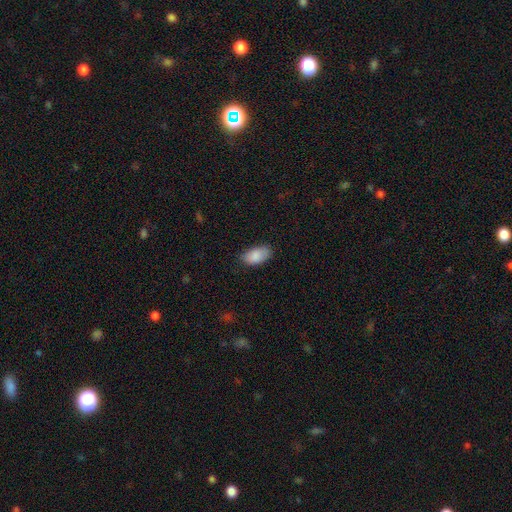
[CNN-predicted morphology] Smooth or featured? smooth (88%)
How rounded? in between (94%)
Merging? none (78%)